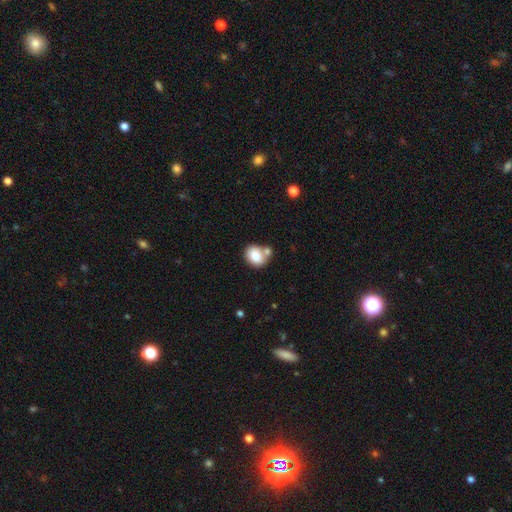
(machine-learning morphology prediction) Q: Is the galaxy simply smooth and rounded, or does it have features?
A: smooth — 83%.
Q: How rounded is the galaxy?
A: round — 50%.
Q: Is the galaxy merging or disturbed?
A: none — 50%.